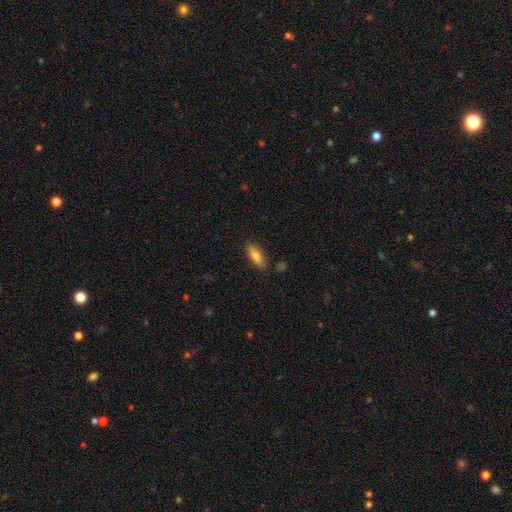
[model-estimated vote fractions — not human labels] This is likely a smooth galaxy (80%). How rounded: likely in between (62%). Merging: clearly none (86%).